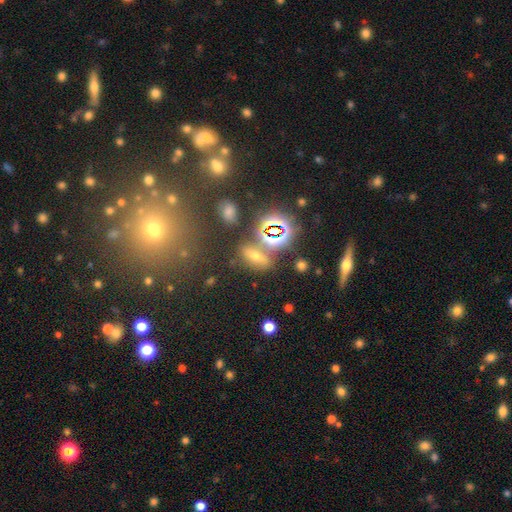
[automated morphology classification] smooth_or_featured: smooth (p=0.42) [alt: star or artifact p=0.36]
merging: none (p=0.73) [alt: minor disturbance p=0.11]